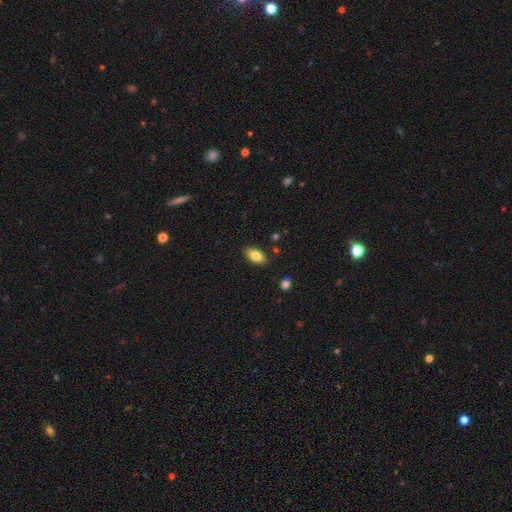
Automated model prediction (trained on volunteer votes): A smooth galaxy with no disk features (79%) that is in between round and cigar-shaped (91%). Merging: none (86%).